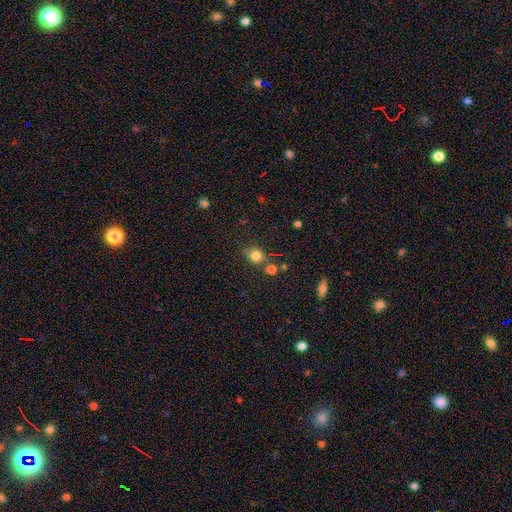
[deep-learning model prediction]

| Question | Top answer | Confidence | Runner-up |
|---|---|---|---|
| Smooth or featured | smooth | 78% | star or artifact (14%) |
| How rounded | round | 68% | in between (31%) |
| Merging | none | 65% | minor disturbance (15%) |